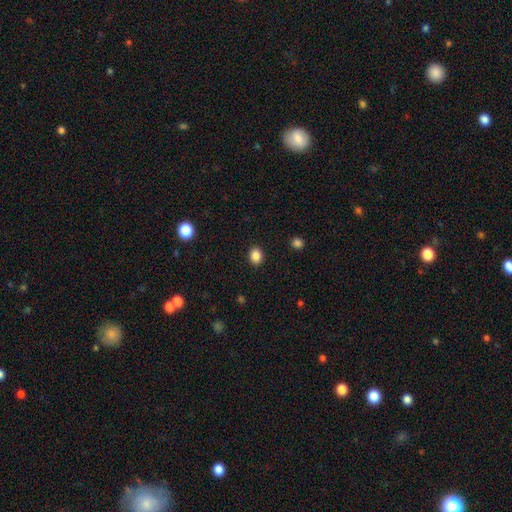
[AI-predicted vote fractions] Q: Smooth or featured?
A: smooth (87%); runner-up: star or artifact (10%)
Q: How rounded?
A: round (54%); runner-up: in between (45%)
Q: Merging?
A: none (90%); runner-up: minor disturbance (6%)